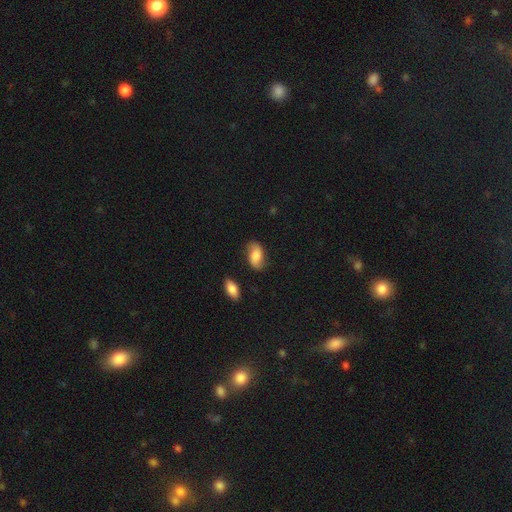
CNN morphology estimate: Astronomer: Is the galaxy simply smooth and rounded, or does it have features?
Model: smooth — 65%.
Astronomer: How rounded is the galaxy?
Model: in between — 91%.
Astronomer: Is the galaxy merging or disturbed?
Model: none — 72%.